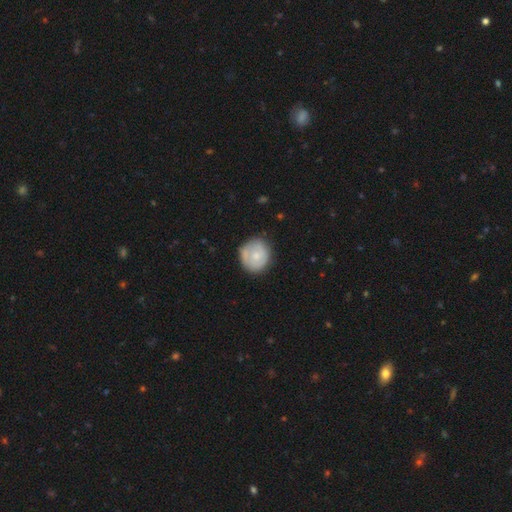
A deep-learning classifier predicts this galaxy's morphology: Smooth or featured? smooth (62%)
How rounded? round (85%)
Merging? none (71%)